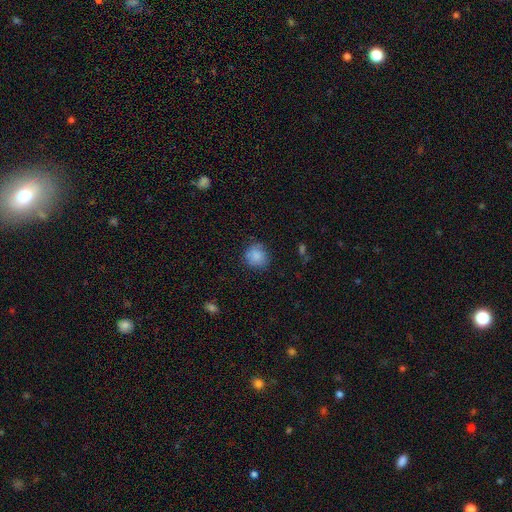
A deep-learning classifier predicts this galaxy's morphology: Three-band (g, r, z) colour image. It shows a smooth galaxy with no disk features (85%) that is round (88%). Merging: none (79%).